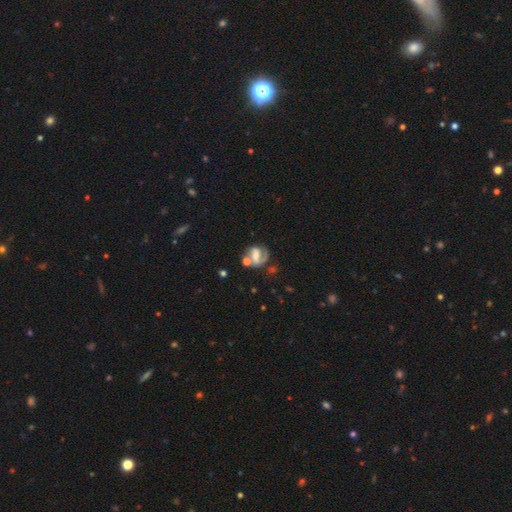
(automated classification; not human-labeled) Smooth or featured: featured or disk — 66% (smooth — 25%)
Edge-on disk: no — 97% (yes — 3%)
Bar: weak — 37% (strong — 34%)
Spiral arms: yes — 79% (no — 21%)
Spiral winding: medium — 42% (tight — 33%)
Spiral arm count: 2 — 50% (1 — 38%)
Bulge size: moderate — 35% (small — 34%)
Merging: none — 42% (merger — 21%)